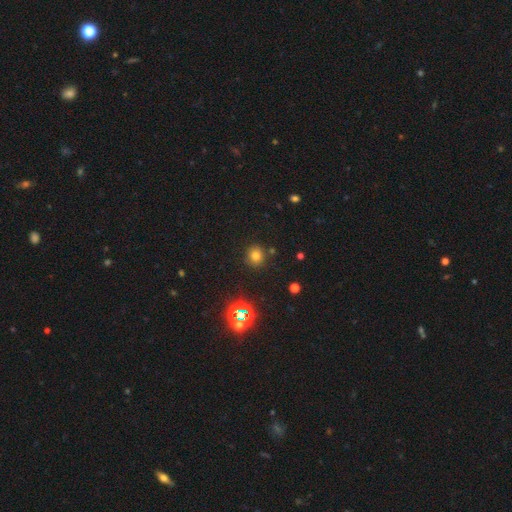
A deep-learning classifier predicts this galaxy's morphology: smooth 69%, star or artifact 23%, featured or disk 8%. Down the decision tree: how rounded — round (86%); merging — none (85%).